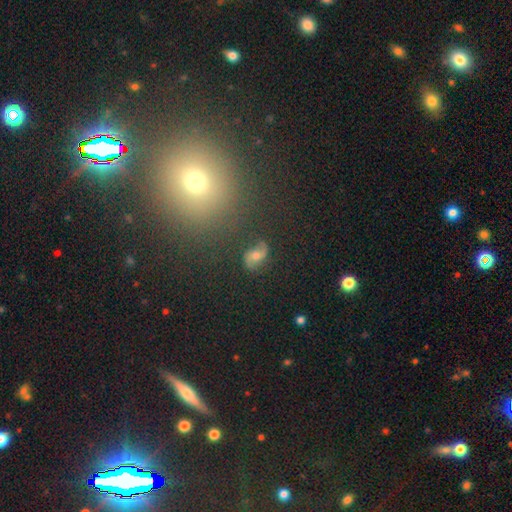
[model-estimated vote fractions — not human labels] smooth-or-featured: featured or disk: 56% | smooth: 24% | star or artifact: 20%
  disk-edge-on: no: 95% | yes: 5%
    bar: no: 52% | weak: 36% | strong: 12%
    has-spiral-arms: yes: 82% | no: 18%
    bulge-size: moderate: 57% | small: 29% | large: 7% | none: 4% | dominant: 2%
  merging: none: 73% | minor disturbance: 14% | major disturbance: 8% | merger: 4%